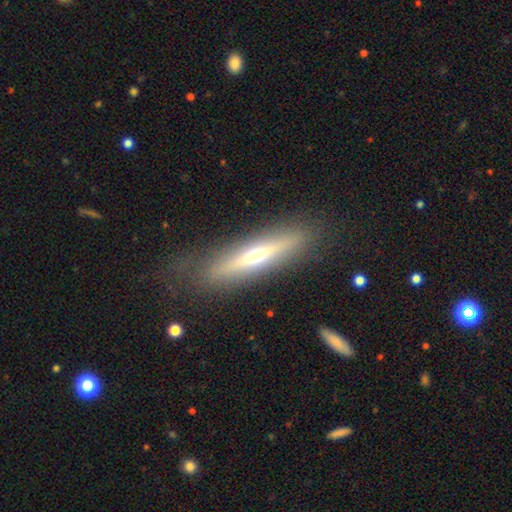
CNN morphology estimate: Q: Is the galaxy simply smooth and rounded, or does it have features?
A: featured or disk — 57%.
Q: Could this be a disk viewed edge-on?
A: yes — 87%.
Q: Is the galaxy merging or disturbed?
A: none — 80%.